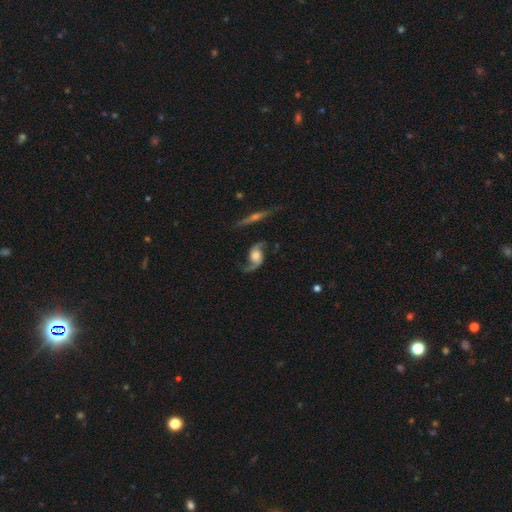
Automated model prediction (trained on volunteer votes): Smooth or featured: featured or disk — 87% (smooth — 8%)
Edge-on disk: no — 94% (yes — 6%)
Bar: no — 65% (weak — 27%)
Spiral arms: yes — 97% (no — 3%)
Spiral winding: loose — 68% (medium — 26%)
Spiral arm count: 2 — 91% (1 — 5%)
Bulge size: moderate — 49% (large — 22%)
Merging: none — 69% (minor disturbance — 17%)